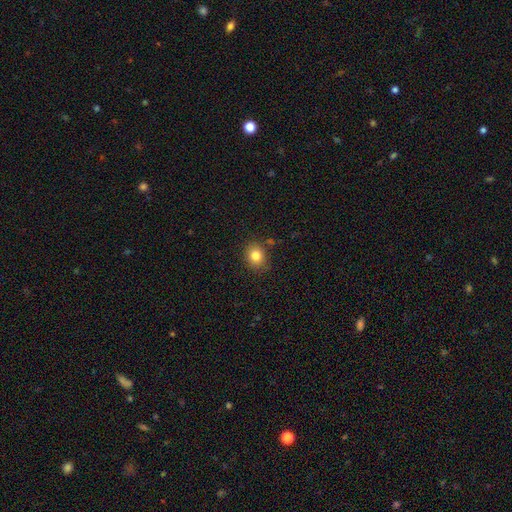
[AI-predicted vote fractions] smooth_or_featured: smooth (p=0.82) [alt: star or artifact p=0.11]
how_rounded: round (p=0.65) [alt: in between p=0.34]
merging: none (p=0.83) [alt: minor disturbance p=0.11]